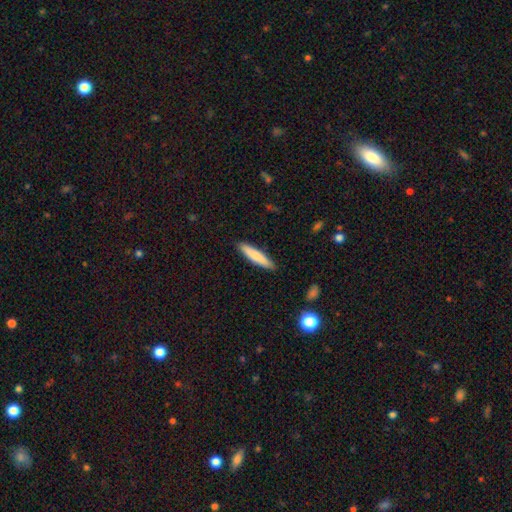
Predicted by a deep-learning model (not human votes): This appears to be a smooth galaxy with no disk features (76%) that is cigar-shaped (86%). Merging: none (89%).